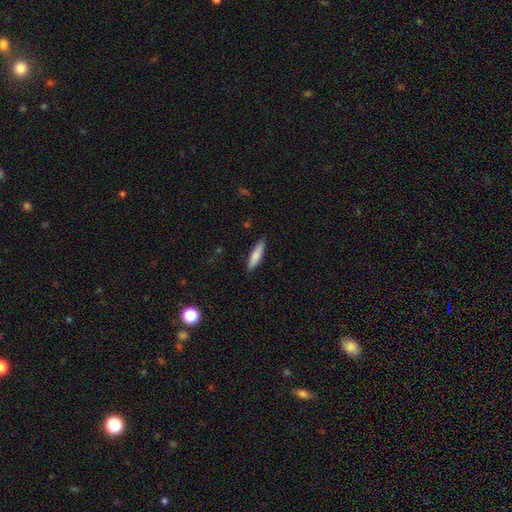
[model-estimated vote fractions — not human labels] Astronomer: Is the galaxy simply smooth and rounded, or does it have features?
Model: smooth — 83%.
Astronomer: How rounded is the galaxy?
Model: cigar-shaped — 73%.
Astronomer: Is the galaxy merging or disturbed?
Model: none — 87%.